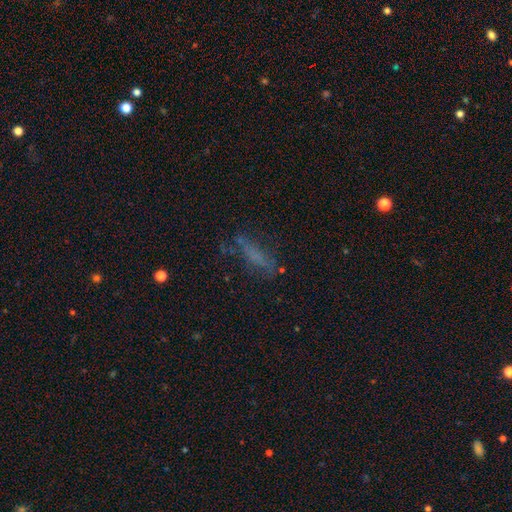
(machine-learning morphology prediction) Smooth or featured: smooth — 52% (featured or disk — 30%)
How rounded: cigar-shaped — 63% (in between — 34%)
Merging: none — 56% (minor disturbance — 22%)